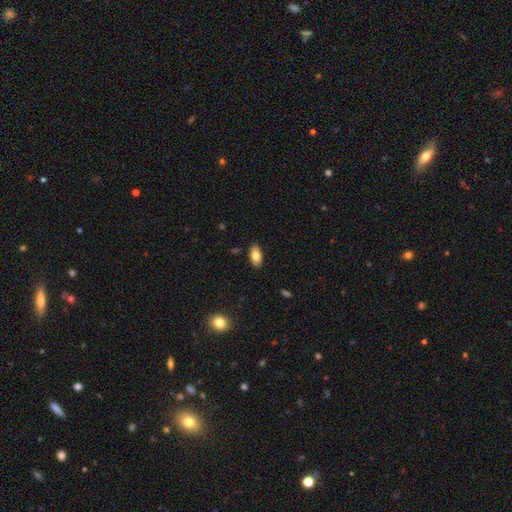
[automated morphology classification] smooth 81%, featured or disk 12%, star or artifact 8%. Down the decision tree: how rounded — in between (92%); merging — none (88%).